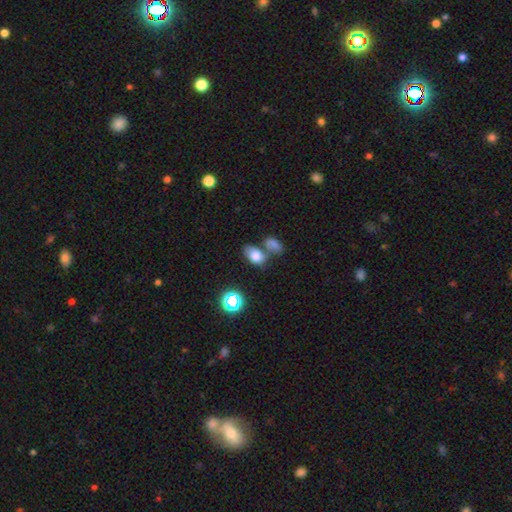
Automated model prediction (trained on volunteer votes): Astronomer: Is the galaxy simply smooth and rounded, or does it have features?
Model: smooth — 75%.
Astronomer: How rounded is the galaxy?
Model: in between — 83%.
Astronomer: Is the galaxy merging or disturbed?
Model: merger — 42% (runner-up: none, 38%).